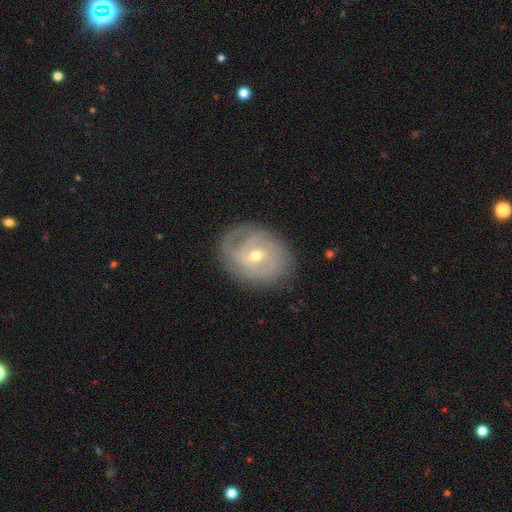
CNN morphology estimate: smooth-or-featured: featured or disk: 82% | smooth: 13% | star or artifact: 6%
  disk-edge-on: no: 96% | yes: 4%
    bar: weak: 45% | no: 41% | strong: 14%
    has-spiral-arms: yes: 90% | no: 10%
      spiral-winding: tight: 65% | medium: 27% | loose: 8%
      spiral-arm-count: 2: 41% | can't tell: 27% | 3: 18% | 1: 5% | 4: 5% | more than 4: 4%
    bulge-size: moderate: 59% | small: 37% | large: 2% | none: 1% | dominant: 1%
  merging: none: 80% | minor disturbance: 15% | major disturbance: 5% | merger: 1%